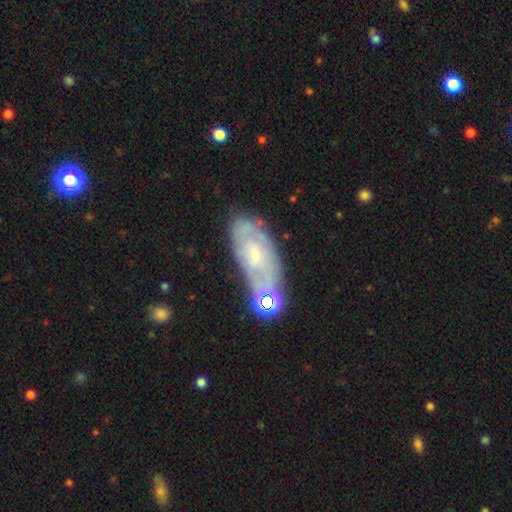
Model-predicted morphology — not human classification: Smooth or featured? Predicted: featured or disk (p=0.65). Edge-on disk? Predicted: no (p=0.89). Bar? Predicted: no (p=0.67). Spiral arms? Predicted: yes (p=0.69). Bulge size? Predicted: small (p=0.64). Merging? Predicted: none (p=0.52).